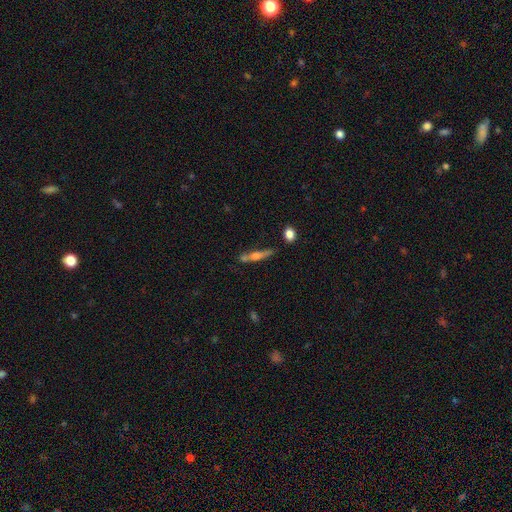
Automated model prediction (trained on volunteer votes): This is possibly a featured or disk galaxy (48%). Merging: likely none (67%).